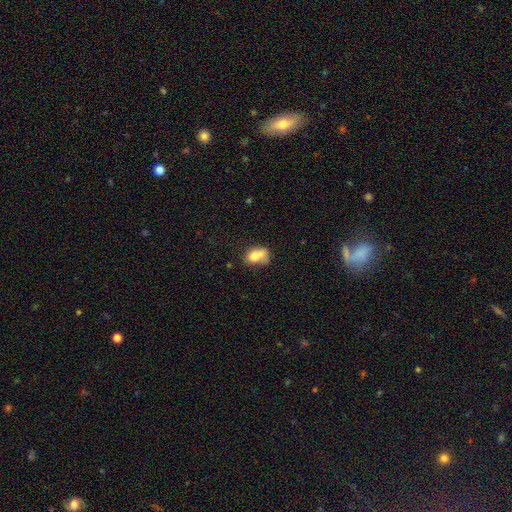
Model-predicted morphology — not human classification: Q: Smooth or featured?
A: smooth (70%); runner-up: featured or disk (20%)
Q: How rounded?
A: in between (78%); runner-up: round (20%)
Q: Merging?
A: merger (37%); runner-up: none (26%)